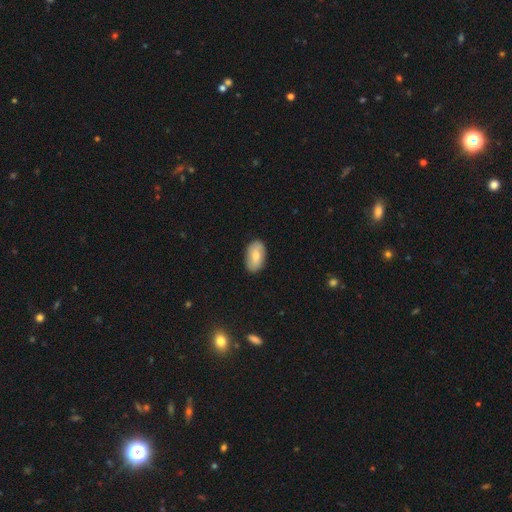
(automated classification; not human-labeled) smooth_or_featured: smooth (p=0.72) [alt: featured or disk p=0.21]
how_rounded: in between (p=0.93) [alt: round p=0.06]
merging: none (p=0.86) [alt: minor disturbance p=0.11]